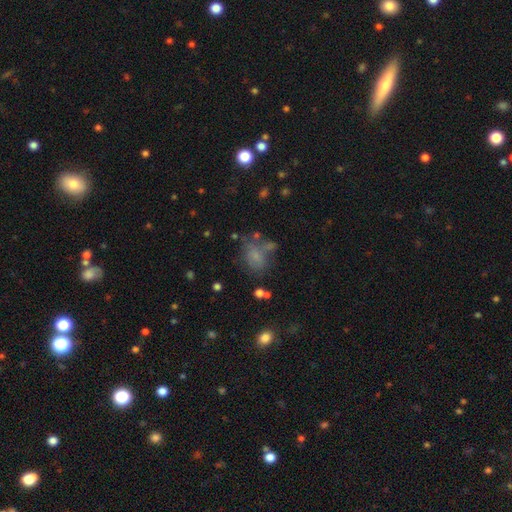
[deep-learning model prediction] Smooth or featured?
  - smooth: 64% *
  - featured or disk: 18%
  - star or artifact: 18%
How rounded?
  - in between: 63% *
  - round: 36%
  - cigar-shaped: 2%
Merging?
  - none: 47% *
  - minor disturbance: 22%
  - major disturbance: 17%
  - merger: 14%